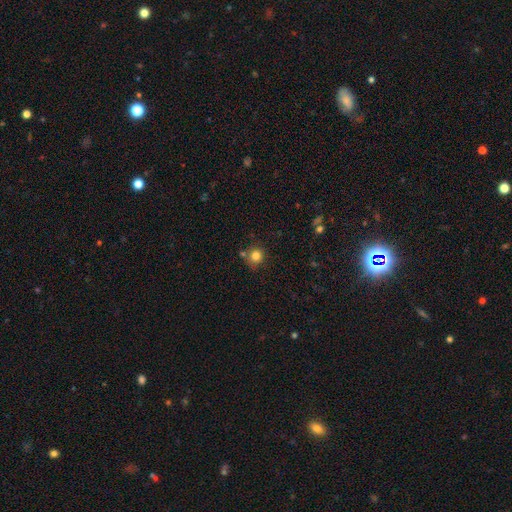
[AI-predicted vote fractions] Smooth or featured? Predicted: smooth (p=0.82). How rounded? Predicted: round (p=0.90). Merging? Predicted: none (p=0.71).